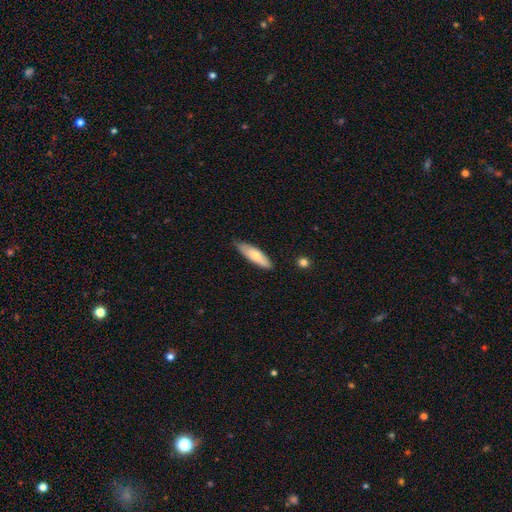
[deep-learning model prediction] This is likely a smooth galaxy (69%). How rounded: possibly in between (50%). Merging: likely none (77%).